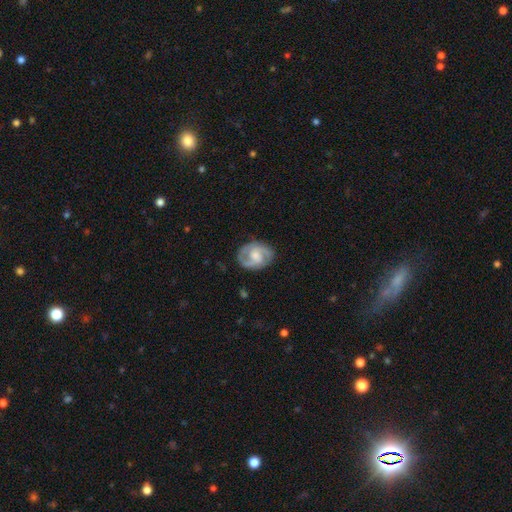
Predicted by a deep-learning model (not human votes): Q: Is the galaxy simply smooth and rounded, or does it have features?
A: featured or disk — 77%.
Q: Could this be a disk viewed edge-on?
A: no — 97%.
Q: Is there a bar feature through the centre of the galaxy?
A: no — 49%.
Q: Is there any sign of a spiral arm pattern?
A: yes — 93%.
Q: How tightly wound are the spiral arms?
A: medium — 49%.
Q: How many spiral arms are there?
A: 2 — 81%.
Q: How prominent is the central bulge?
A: moderate — 43%.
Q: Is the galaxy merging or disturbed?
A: none — 79%.